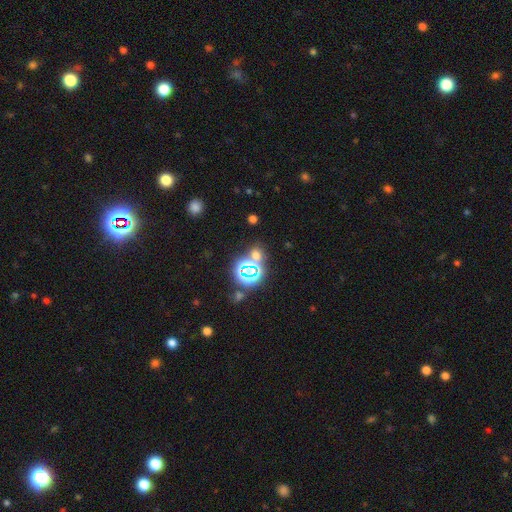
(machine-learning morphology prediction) smooth_or_featured: star or artifact (p=0.53) [alt: smooth p=0.40]